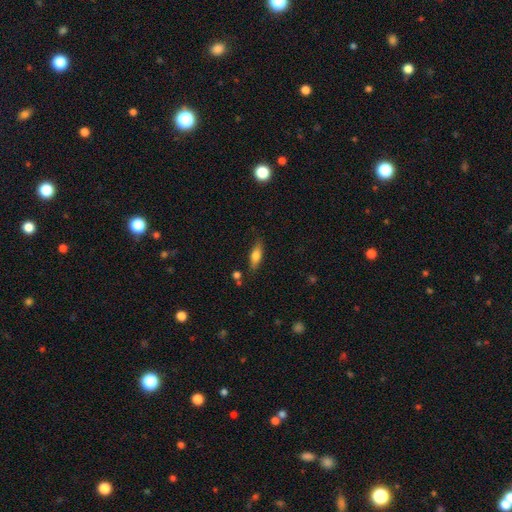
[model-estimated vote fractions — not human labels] A smooth galaxy with no disk features (73%) that is in between round and cigar-shaped (64%).

Vote fractions:
- Smooth or featured? smooth: 73% / featured or disk: 20% / star or artifact: 7%
- How rounded? in between: 64% / cigar-shaped: 34% / round: 3%
- Merging? none: 77% / minor disturbance: 16% / major disturbance: 4% / merger: 3%